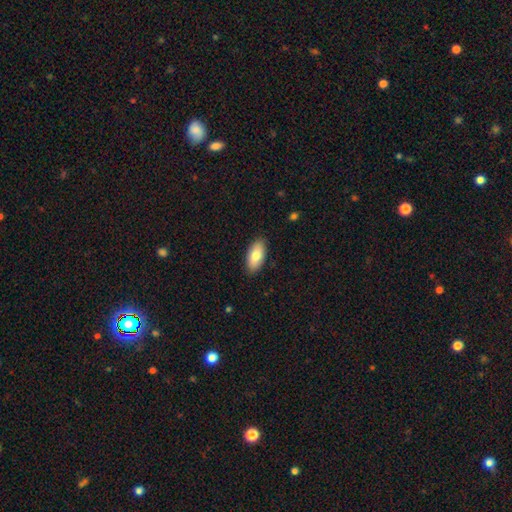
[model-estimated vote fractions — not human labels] A smooth galaxy with no disk features (79%) that is in between round and cigar-shaped (91%).

Vote fractions:
- Smooth or featured? smooth: 79% / featured or disk: 15% / star or artifact: 6%
- How rounded? in between: 91% / cigar-shaped: 6% / round: 2%
- Merging? none: 88% / minor disturbance: 9% / major disturbance: 2% / merger: 1%